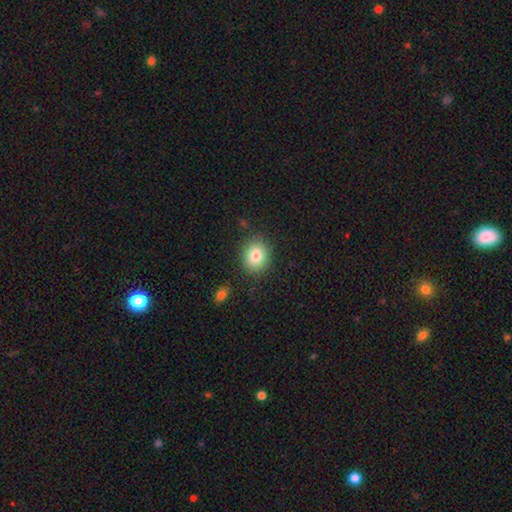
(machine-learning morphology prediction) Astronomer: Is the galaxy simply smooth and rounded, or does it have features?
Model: smooth — 81%.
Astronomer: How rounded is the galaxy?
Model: round — 71%.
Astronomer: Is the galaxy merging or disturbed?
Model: none — 86%.